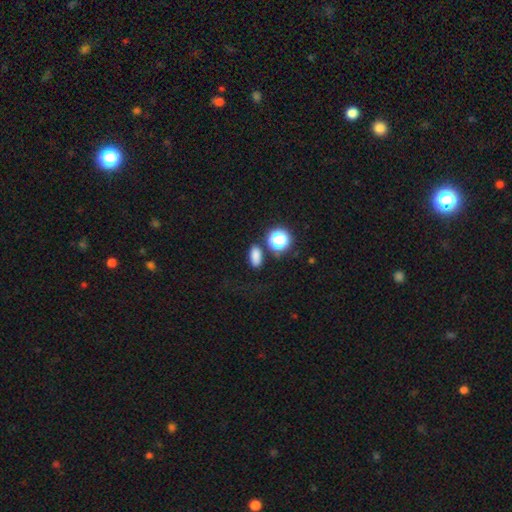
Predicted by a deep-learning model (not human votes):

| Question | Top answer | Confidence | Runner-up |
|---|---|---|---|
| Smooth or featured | smooth | 80% | star or artifact (15%) |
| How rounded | in between | 78% | round (17%) |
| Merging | none | 79% | minor disturbance (11%) |